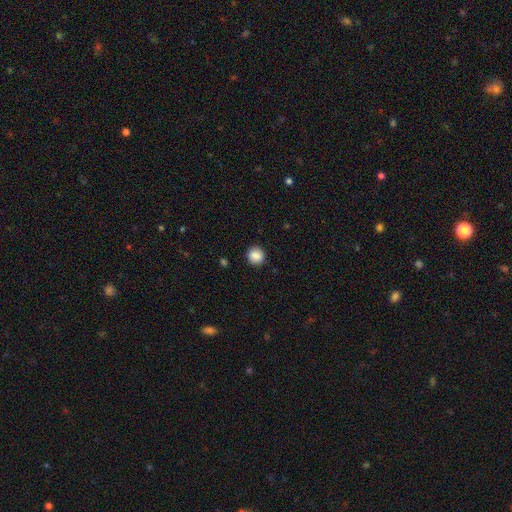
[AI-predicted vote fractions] Smooth or featured? Predicted: smooth (p=0.88). How rounded? Predicted: round (p=0.91). Merging? Predicted: none (p=0.91).